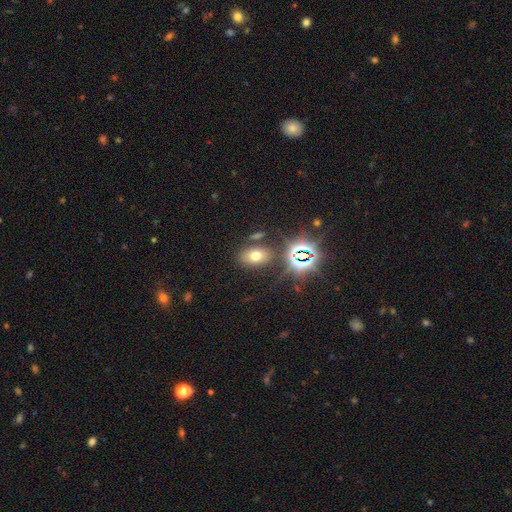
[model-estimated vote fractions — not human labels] smooth-or-featured: smooth: 61% | star or artifact: 27% | featured or disk: 13%
  how-rounded: in between: 80% | round: 19% | cigar-shaped: 2%
  merging: none: 77% | minor disturbance: 11% | merger: 7% | major disturbance: 5%